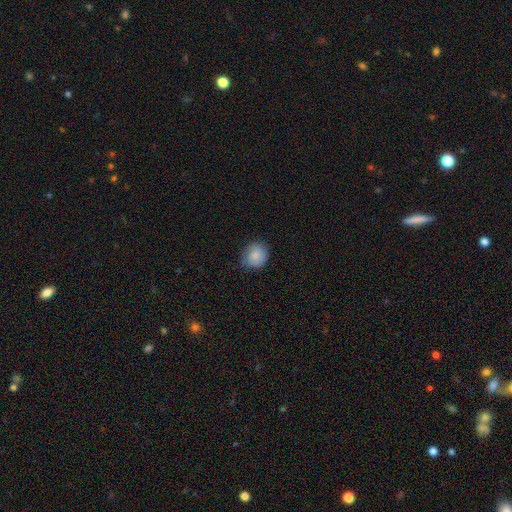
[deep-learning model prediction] Smooth or featured? Predicted: smooth (p=0.84). How rounded? Predicted: round (p=0.79). Merging? Predicted: none (p=0.74).